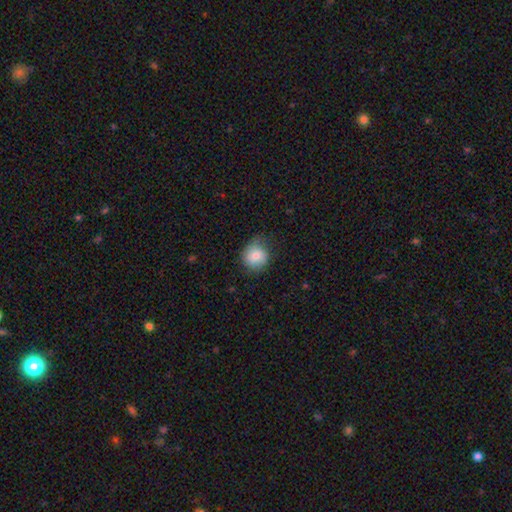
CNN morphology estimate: Smooth or featured? Predicted: smooth (p=0.79). How rounded? Predicted: round (p=0.79). Merging? Predicted: none (p=0.63).